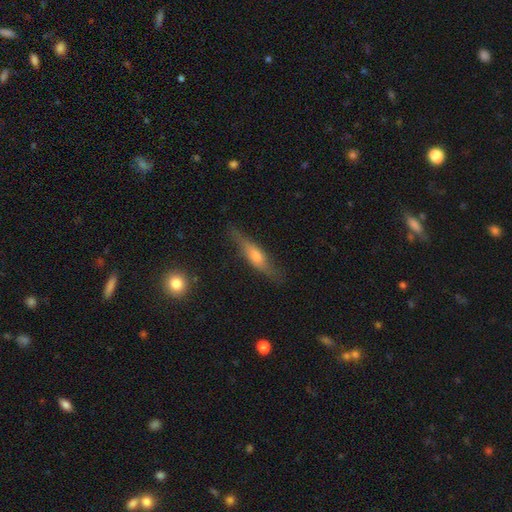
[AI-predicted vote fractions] A featured or disk galaxy (53%) viewed edge-on (83%). Merging: none (75%).